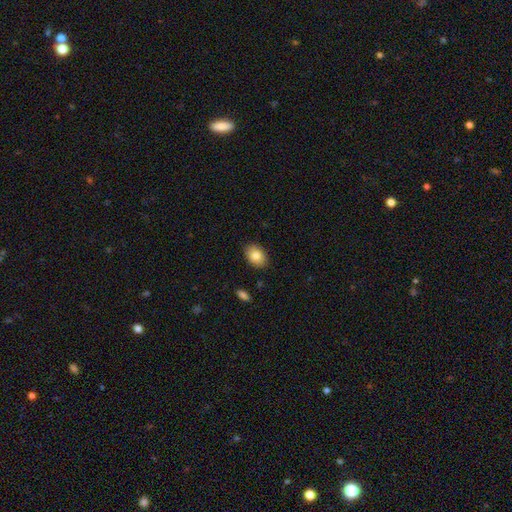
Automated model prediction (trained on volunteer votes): Smooth or featured? smooth (84%)
How rounded? in between (81%)
Merging? none (87%)